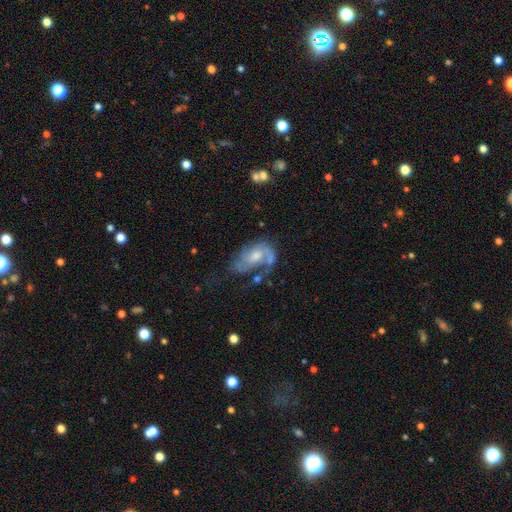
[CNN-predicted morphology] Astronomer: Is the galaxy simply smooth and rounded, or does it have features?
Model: featured or disk — 67%.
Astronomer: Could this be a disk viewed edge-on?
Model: no — 96%.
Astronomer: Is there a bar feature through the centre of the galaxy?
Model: no — 68%.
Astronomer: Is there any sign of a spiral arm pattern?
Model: yes — 78%.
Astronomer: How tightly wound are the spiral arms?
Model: medium — 40% (runner-up: loose, 32%).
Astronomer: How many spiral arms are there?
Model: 1 — 38% (runner-up: 2, 35%).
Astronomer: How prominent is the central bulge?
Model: moderate — 55%.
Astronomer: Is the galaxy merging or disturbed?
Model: major disturbance — 36% (runner-up: none, 32%).